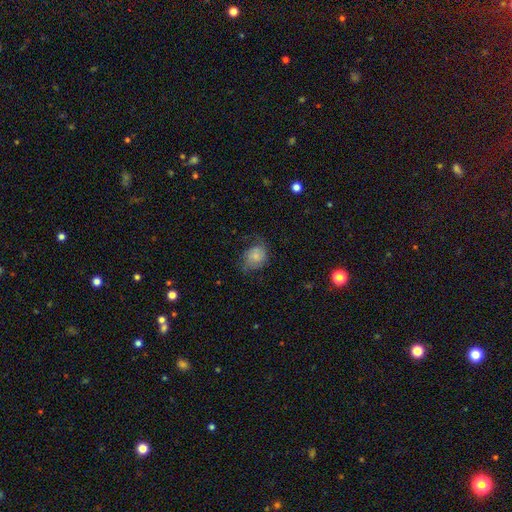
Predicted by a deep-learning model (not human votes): A smooth galaxy with no disk features (63%) that is round (56%).

Vote fractions:
- Smooth or featured? smooth: 63% / featured or disk: 29% / star or artifact: 9%
- How rounded? round: 56% / in between: 43% / cigar-shaped: 1%
- Merging? none: 50% / minor disturbance: 29% / major disturbance: 19% / merger: 1%